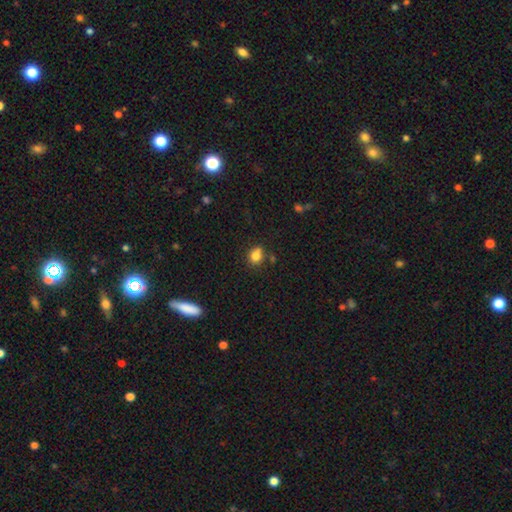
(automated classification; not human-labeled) This is clearly a smooth galaxy (82%). How rounded: possibly round (57%). Merging: likely none (66%).